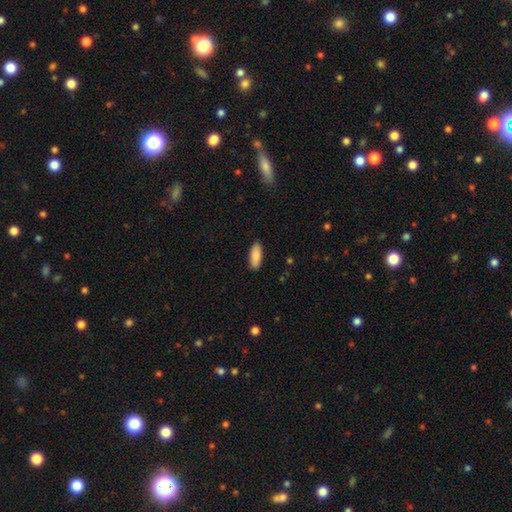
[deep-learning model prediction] Morphology: type=smooth (87%); roundness=in between (76%); merging=none (88%).